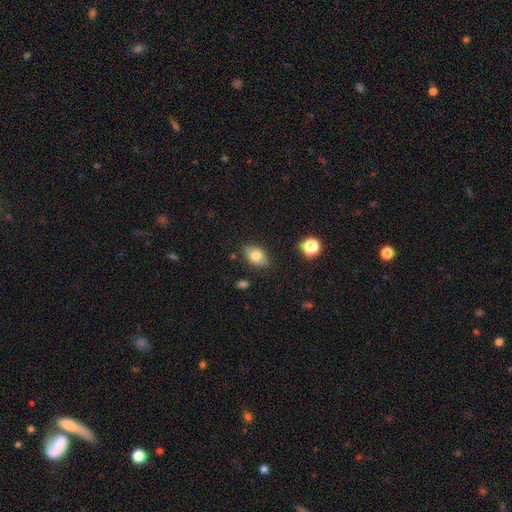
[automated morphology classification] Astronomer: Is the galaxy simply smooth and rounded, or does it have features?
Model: smooth — 77%.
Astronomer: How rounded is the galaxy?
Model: in between — 86%.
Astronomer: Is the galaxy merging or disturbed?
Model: none — 84%.